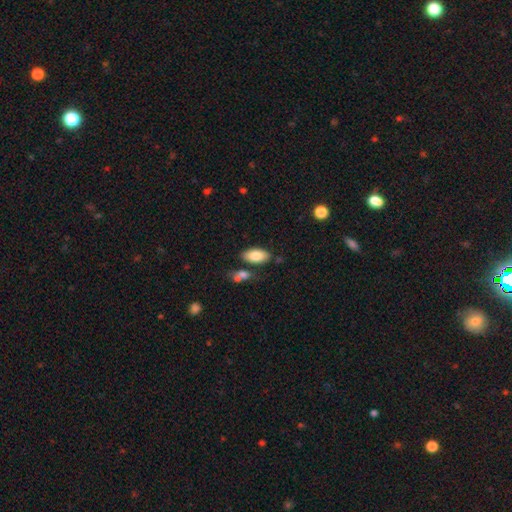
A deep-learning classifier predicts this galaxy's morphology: smooth-or-featured: smooth: 83% | featured or disk: 11% | star or artifact: 7%
  how-rounded: in between: 92% | cigar-shaped: 5% | round: 2%
  merging: none: 75% | minor disturbance: 13% | merger: 9% | major disturbance: 3%